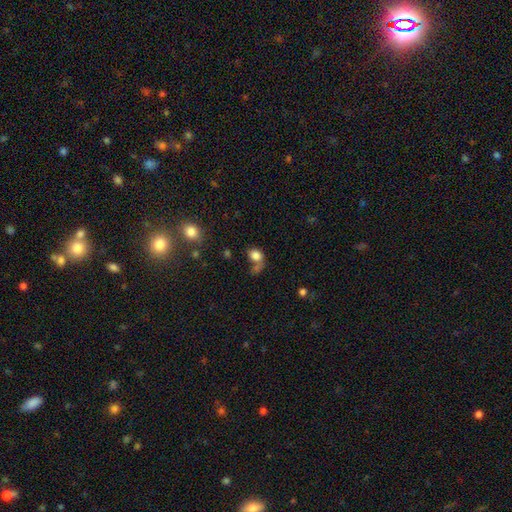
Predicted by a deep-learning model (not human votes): This is likely a smooth galaxy (79%). How rounded: possibly round (52%). Merging: marginally none (37%).